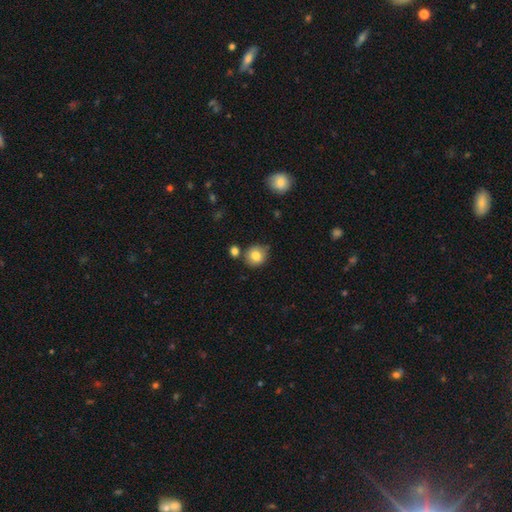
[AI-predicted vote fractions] Q: Smooth or featured?
A: smooth (82%); runner-up: star or artifact (10%)
Q: How rounded?
A: round (83%); runner-up: in between (16%)
Q: Merging?
A: none (75%); runner-up: minor disturbance (14%)